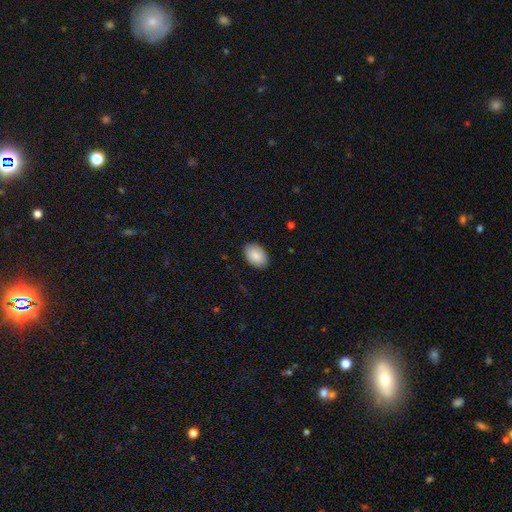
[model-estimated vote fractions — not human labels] Smooth or featured? smooth (86%)
How rounded? in between (87%)
Merging? none (88%)